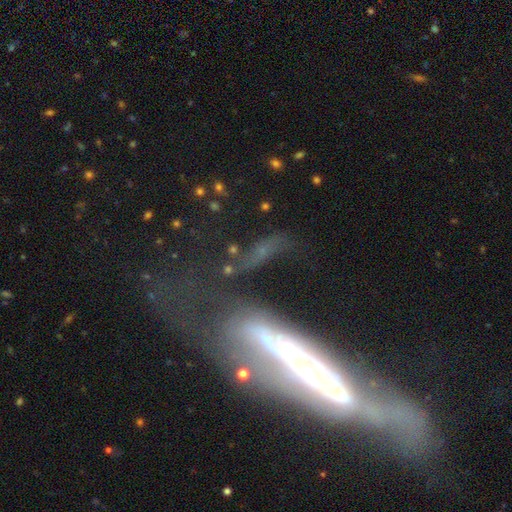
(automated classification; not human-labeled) Smooth or featured? featured or disk (71%)
Edge-on disk? no (63%)
Merging? major disturbance (36%)